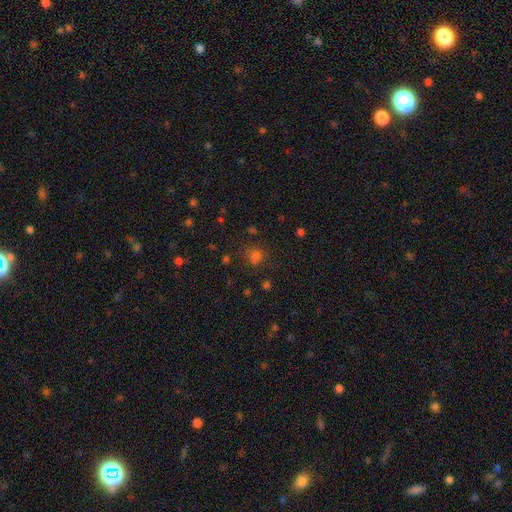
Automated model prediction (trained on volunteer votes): Smooth or featured: smooth — 66% (star or artifact — 27%)
How rounded: round — 73% (in between — 26%)
Merging: none — 71% (minor disturbance — 16%)